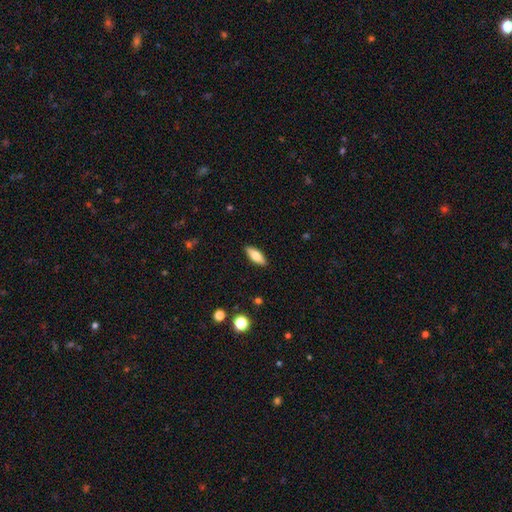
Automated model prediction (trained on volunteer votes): The model was most divided on "how rounded": in between: 66%, cigar-shaped: 31%, round: 2%. More confident: merging — none (89%); smooth or featured — smooth (69%).